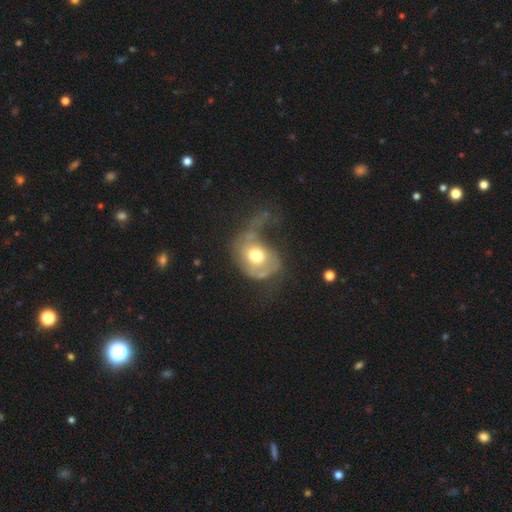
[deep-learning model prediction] Smooth or featured? smooth (51%)
How rounded? round (52%)
Merging? major disturbance (56%)